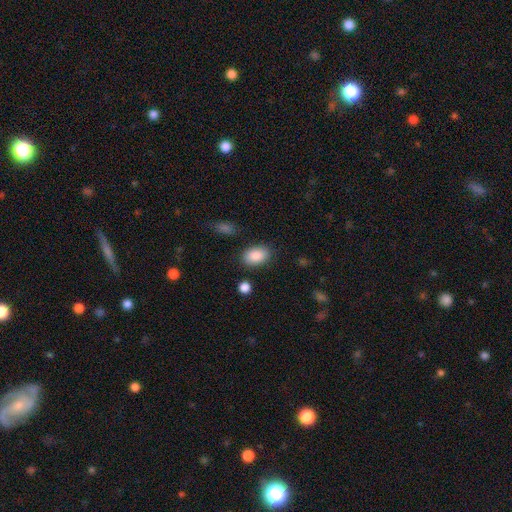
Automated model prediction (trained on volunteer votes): Q: Smooth or featured?
A: smooth (88%); runner-up: star or artifact (7%)
Q: How rounded?
A: in between (88%); runner-up: round (10%)
Q: Merging?
A: none (83%); runner-up: minor disturbance (11%)